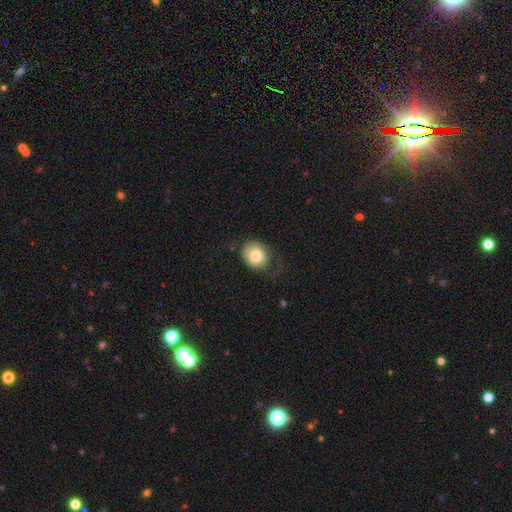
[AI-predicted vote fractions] smooth_or_featured: smooth (p=0.79) [alt: featured or disk p=0.13]
how_rounded: round (p=0.64) [alt: in between p=0.35]
merging: none (p=0.51) [alt: minor disturbance p=0.29]